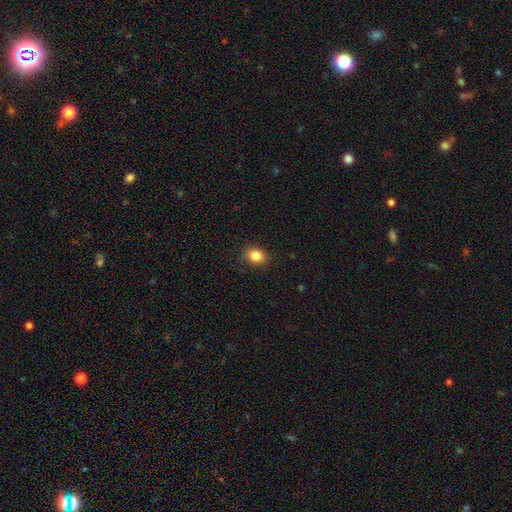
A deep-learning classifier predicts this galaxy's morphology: This appears to be a smooth galaxy with no disk features (85%) that is in between round and cigar-shaped (55%). Merging: none (86%).